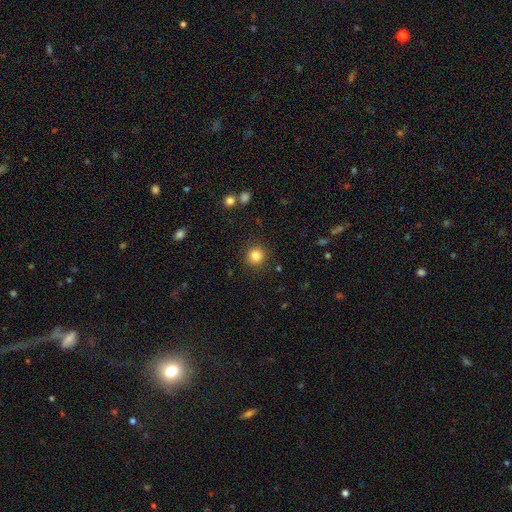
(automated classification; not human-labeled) smooth_or_featured: smooth (p=0.84) [alt: star or artifact p=0.12]
how_rounded: round (p=0.93) [alt: in between p=0.06]
merging: none (p=0.90) [alt: minor disturbance p=0.06]